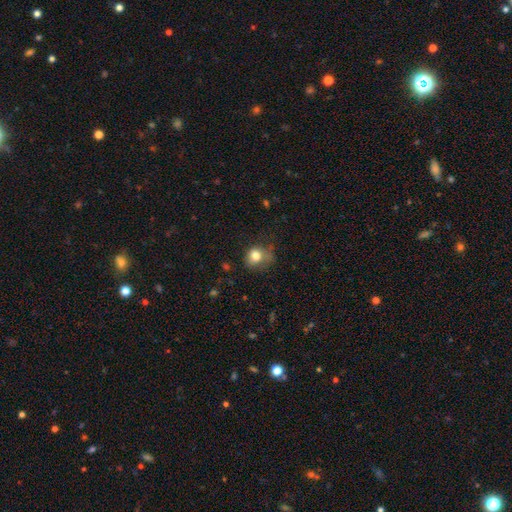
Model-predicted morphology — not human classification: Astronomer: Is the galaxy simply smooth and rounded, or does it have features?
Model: smooth — 79%.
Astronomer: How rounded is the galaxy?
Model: round — 63%.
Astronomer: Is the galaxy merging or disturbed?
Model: none — 43% (runner-up: minor disturbance, 33%).